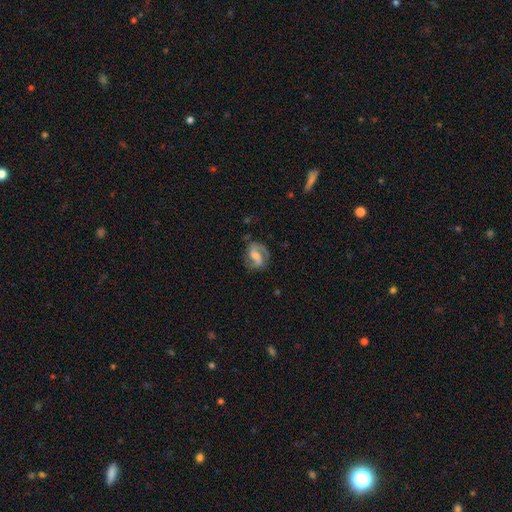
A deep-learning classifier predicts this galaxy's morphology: Overall: featured or disk (81%). Edge-on disk: no (98%). Bar: weak (48%; strong 29%). Spiral arms: yes (95%). Spiral arm count: 2 (86%). Spiral winding: medium (54%; tight 24%). Bulge size: moderate (42%; small 31%). Merging: none (70%).